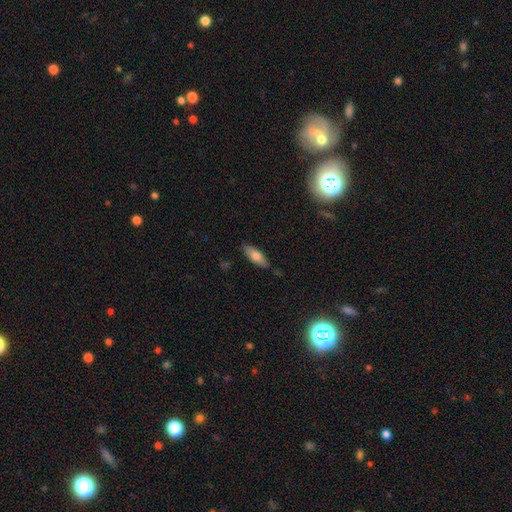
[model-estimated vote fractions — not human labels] This is likely a smooth galaxy (75%). How rounded: likely in between (66%). Merging: clearly none (80%).